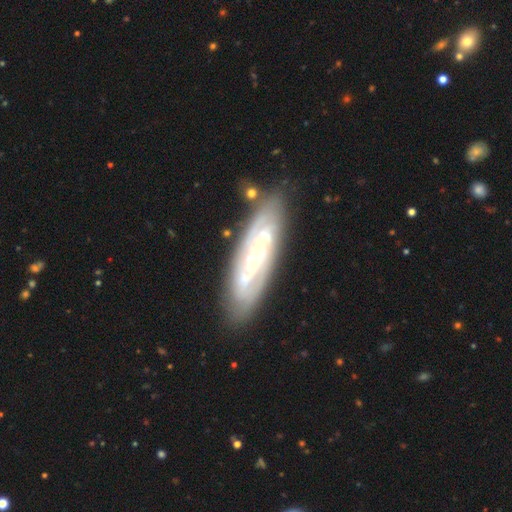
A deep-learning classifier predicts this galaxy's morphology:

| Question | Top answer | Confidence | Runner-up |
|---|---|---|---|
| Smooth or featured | featured or disk | 82% | smooth (13%) |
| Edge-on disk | no | 84% | yes (16%) |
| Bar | no | 56% | weak (29%) |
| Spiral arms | yes | 89% | no (11%) |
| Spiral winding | tight | 69% | medium (25%) |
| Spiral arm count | can't tell | 43% | 2 (31%) |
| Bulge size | small | 64% | moderate (32%) |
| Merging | none | 80% | minor disturbance (14%) |